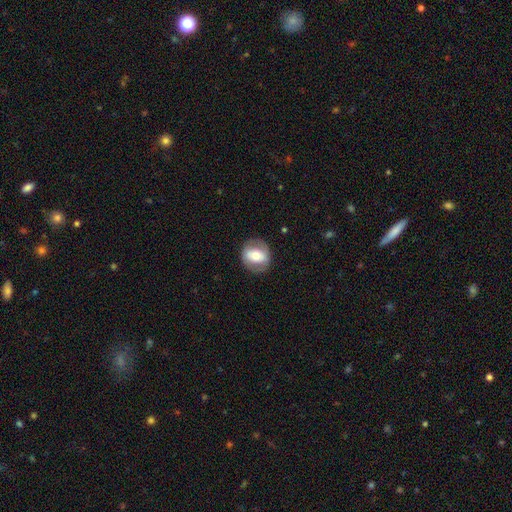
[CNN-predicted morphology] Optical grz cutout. It shows a smooth galaxy with no disk features (51%) that is round (68%). Merging: none (82%).